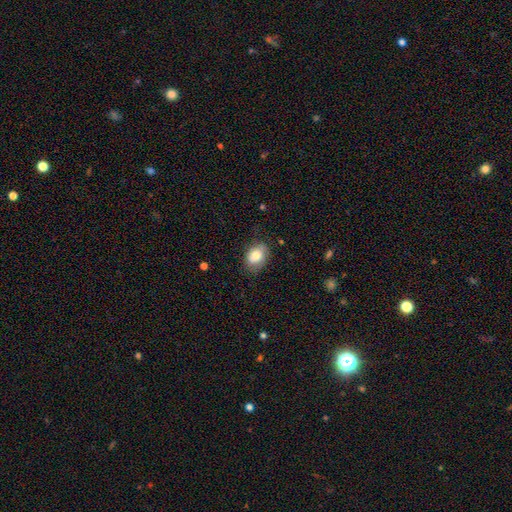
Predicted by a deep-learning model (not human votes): Q: Smooth or featured?
A: smooth (77%); runner-up: featured or disk (15%)
Q: How rounded?
A: in between (77%); runner-up: round (21%)
Q: Merging?
A: none (73%); runner-up: minor disturbance (21%)